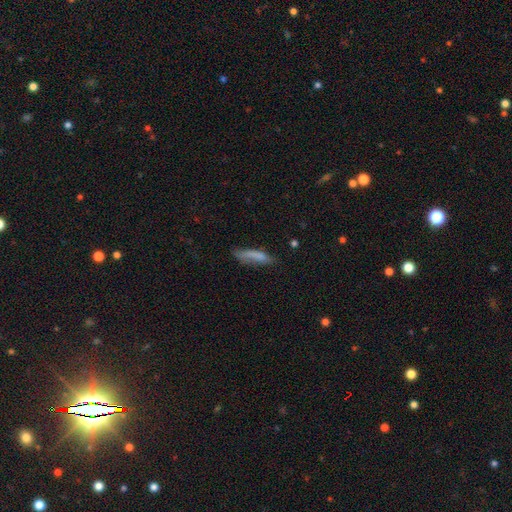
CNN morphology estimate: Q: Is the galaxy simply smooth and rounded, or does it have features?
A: smooth — 73%.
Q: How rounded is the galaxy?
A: cigar-shaped — 74%.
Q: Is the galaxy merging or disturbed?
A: none — 50%.